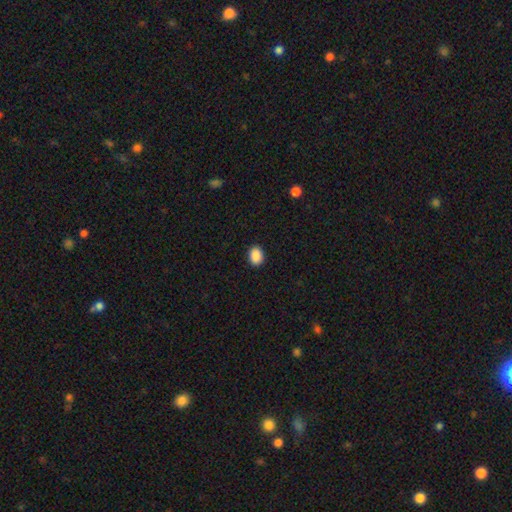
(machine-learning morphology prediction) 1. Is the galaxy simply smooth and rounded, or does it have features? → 90% smooth, 8% star or artifact, 2% featured or disk.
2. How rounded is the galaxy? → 70% in between, 29% round, 1% cigar-shaped.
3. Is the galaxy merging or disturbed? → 91% none, 6% minor disturbance, 2% major disturbance, 1% merger.